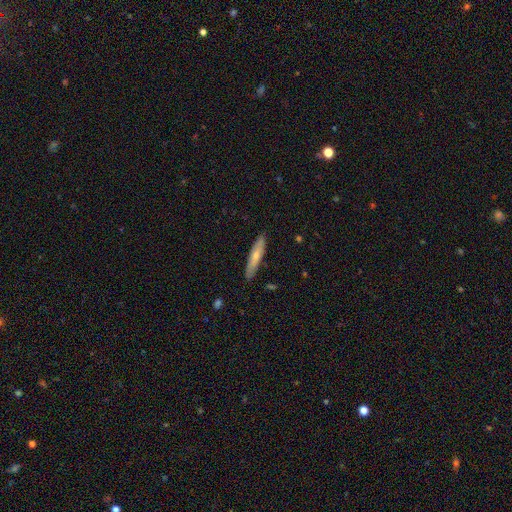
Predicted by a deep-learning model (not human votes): The model was most divided on "smooth or featured": smooth: 61%, featured or disk: 34%, star or artifact: 6%. More confident: merging — none (86%); how rounded — cigar-shaped (84%).